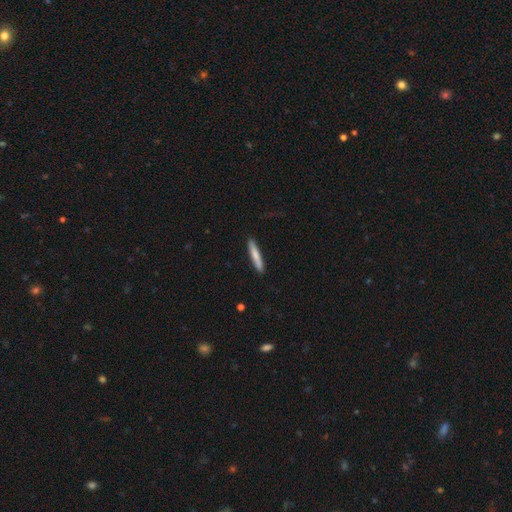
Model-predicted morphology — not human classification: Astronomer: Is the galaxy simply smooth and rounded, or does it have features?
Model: smooth — 74%.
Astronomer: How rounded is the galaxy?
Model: cigar-shaped — 94%.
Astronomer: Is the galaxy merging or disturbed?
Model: none — 89%.